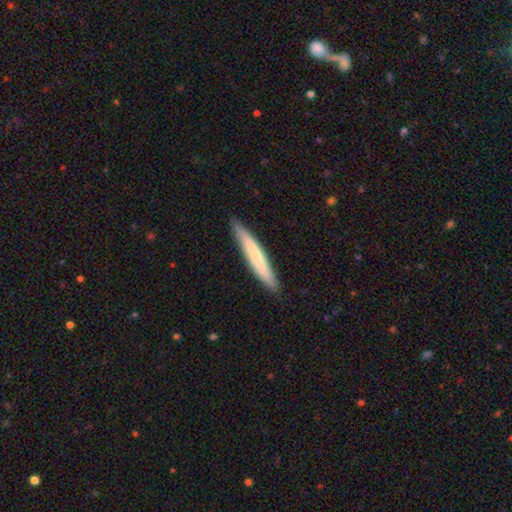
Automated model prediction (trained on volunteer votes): Smooth or featured? Predicted: smooth (p=0.67). How rounded? Predicted: cigar-shaped (p=0.95). Merging? Predicted: none (p=0.89).